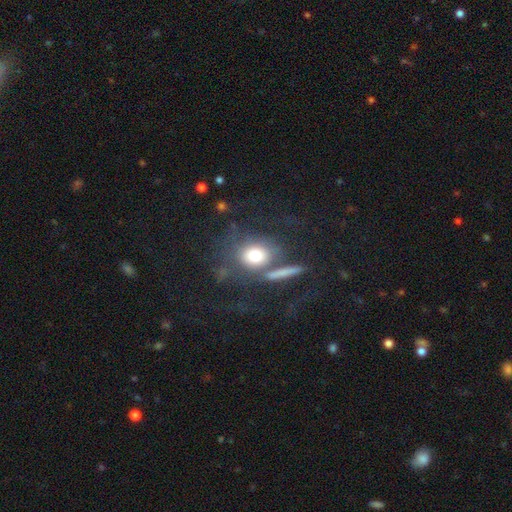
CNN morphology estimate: This is likely a smooth galaxy (71%). How rounded: possibly round (55%). Merging: possibly none (48%).